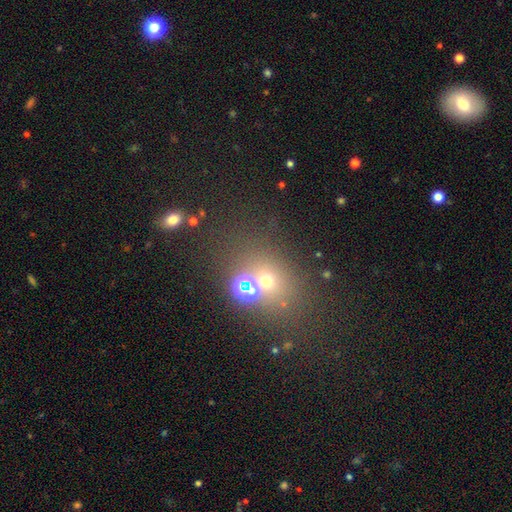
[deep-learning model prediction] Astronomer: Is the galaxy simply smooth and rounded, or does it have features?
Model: smooth — 45% (runner-up: star or artifact, 39%).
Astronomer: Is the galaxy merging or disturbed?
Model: none — 52% (runner-up: merger, 33%).